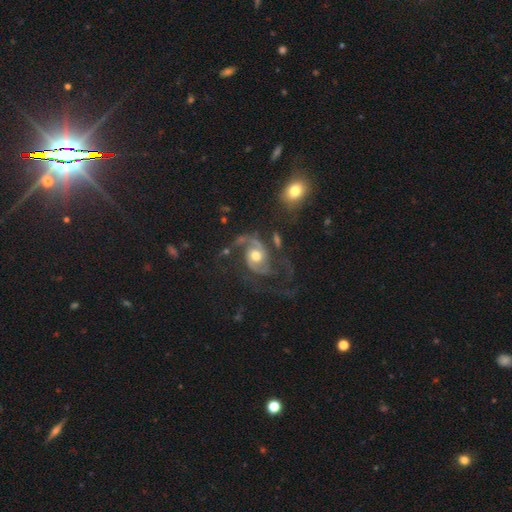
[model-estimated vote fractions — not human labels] smooth_or_featured: featured or disk (p=0.86) [alt: smooth p=0.08]
disk_edge_on: no (p=0.97) [alt: yes p=0.03]
bar: no (p=0.70) [alt: weak p=0.24]
has_spiral_arms: yes (p=0.94) [alt: no p=0.06]
spiral_winding: medium (p=0.45) [alt: loose p=0.37]
spiral_arm_count: 2 (p=0.74) [alt: 1 p=0.09]
bulge_size: moderate (p=0.72) [alt: large p=0.13]
merging: none (p=0.43) [alt: major disturbance p=0.33]